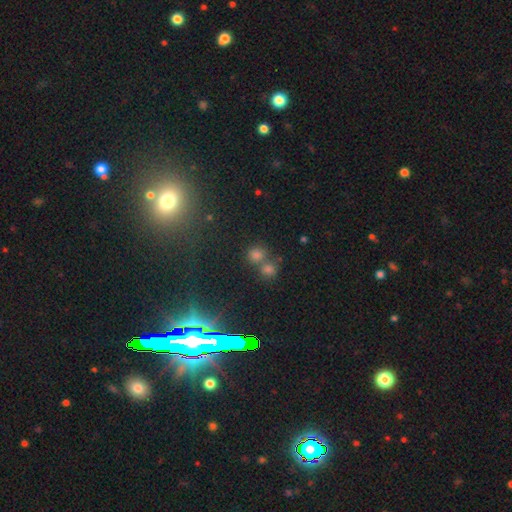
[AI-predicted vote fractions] Smooth or featured? Predicted: star or artifact (p=0.49).